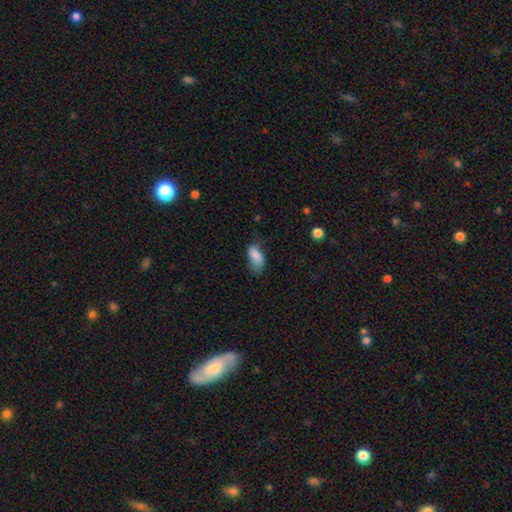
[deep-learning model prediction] Morphology: type=smooth (86%); roundness=in between (91%); merging=none (53%).